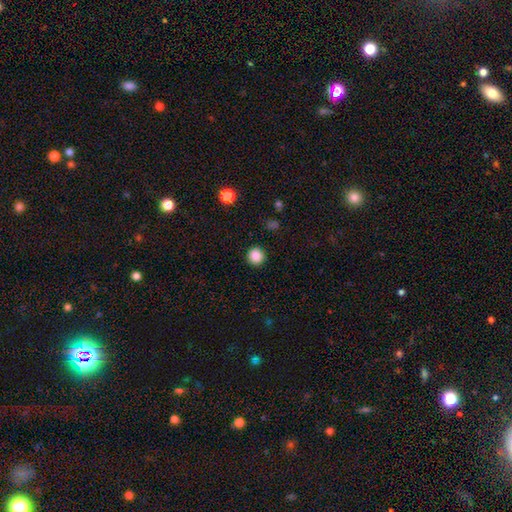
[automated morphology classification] smooth_or_featured: smooth (p=0.87) [alt: star or artifact p=0.11]
how_rounded: round (p=0.94) [alt: in between p=0.05]
merging: none (p=0.92) [alt: minor disturbance p=0.05]